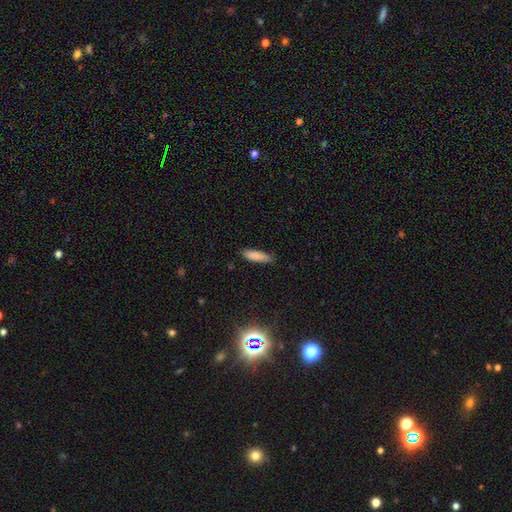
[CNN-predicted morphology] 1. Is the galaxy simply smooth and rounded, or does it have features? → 84% smooth, 8% featured or disk, 8% star or artifact.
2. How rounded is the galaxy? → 61% cigar-shaped, 37% in between, 2% round.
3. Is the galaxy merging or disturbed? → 84% none, 13% minor disturbance, 2% major disturbance, 1% merger.